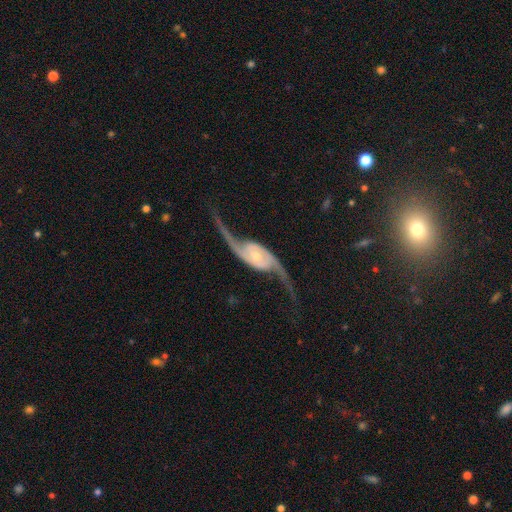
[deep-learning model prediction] smooth-or-featured: featured or disk: 92% | star or artifact: 4% | smooth: 4%
  disk-edge-on: no: 94% | yes: 6%
    bar: no: 53% | weak: 32% | strong: 16%
    has-spiral-arms: yes: 98% | no: 2%
      spiral-winding: loose: 80% | medium: 15% | tight: 5%
      spiral-arm-count: 2: 94% | can't tell: 1% | 1: 1% | 3: 1% | 4: 1% | more than 4: 1%
    bulge-size: small: 60% | moderate: 30% | large: 5% | none: 4% | dominant: 2%
  merging: none: 70% | minor disturbance: 14% | major disturbance: 12% | merger: 3%